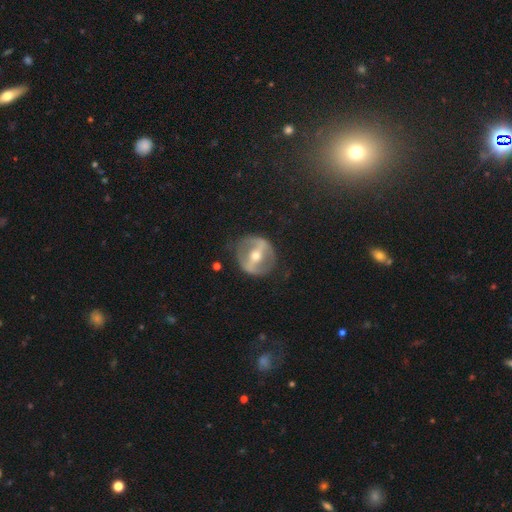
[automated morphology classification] The model was most divided on "spiral arms": no: 61%, yes: 39%. More confident: edge-on disk — no (87%); merging — none (80%); smooth or featured — featured or disk (79%); bar — strong (74%); bulge size — moderate (67%).